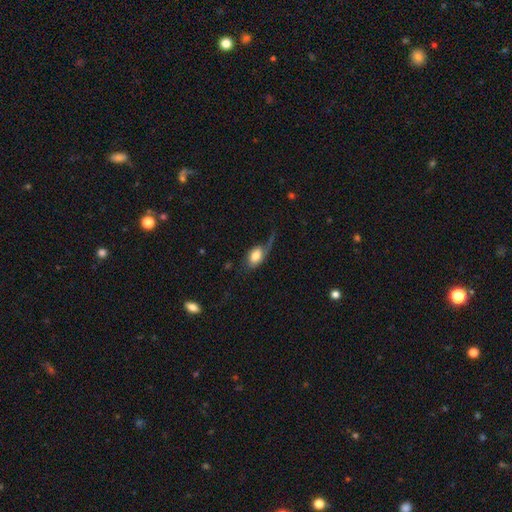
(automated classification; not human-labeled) This is likely a smooth galaxy (69%). How rounded: clearly in between (85%). Merging: marginally major disturbance (37%).